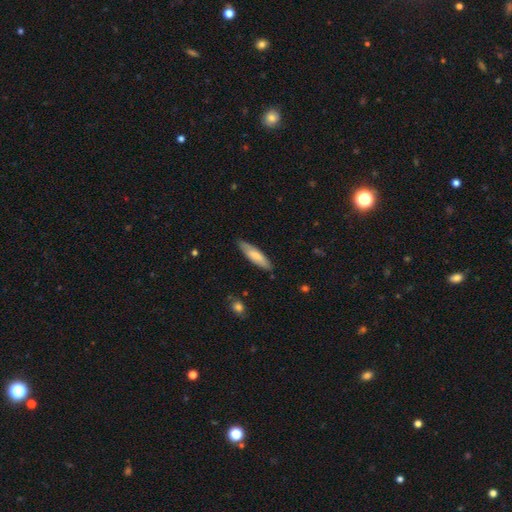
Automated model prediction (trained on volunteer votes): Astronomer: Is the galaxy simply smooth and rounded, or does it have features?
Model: smooth — 71%.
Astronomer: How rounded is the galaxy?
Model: cigar-shaped — 61% (runner-up: in between, 37%).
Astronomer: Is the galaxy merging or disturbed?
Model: none — 83%.